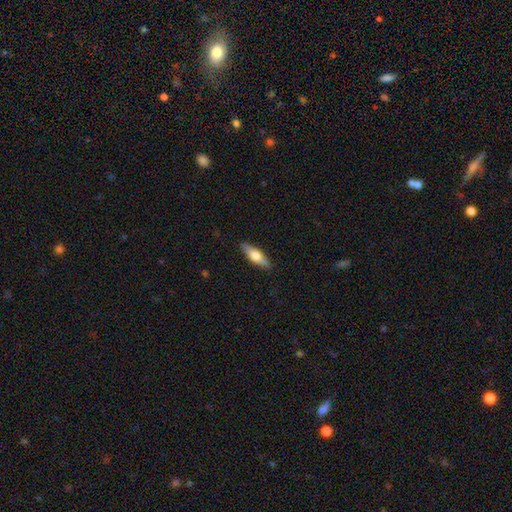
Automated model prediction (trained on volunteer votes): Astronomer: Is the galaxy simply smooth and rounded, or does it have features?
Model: smooth — 59% (runner-up: featured or disk, 35%).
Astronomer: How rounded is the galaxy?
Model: in between — 51% (runner-up: cigar-shaped, 46%).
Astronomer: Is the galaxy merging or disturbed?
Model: none — 88%.